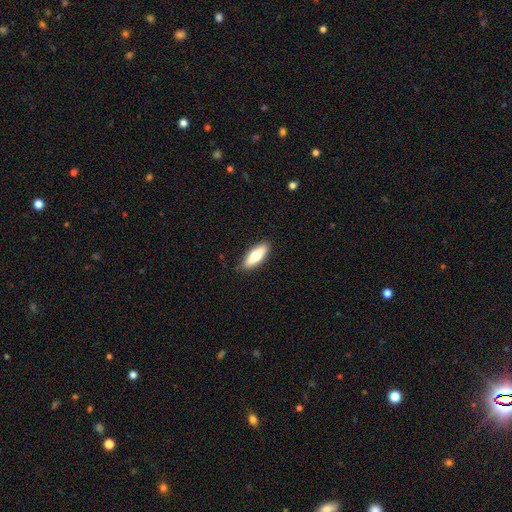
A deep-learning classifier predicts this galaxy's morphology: A smooth galaxy with no disk features (72%) that is in between round and cigar-shaped (60%). Merging: none (88%).